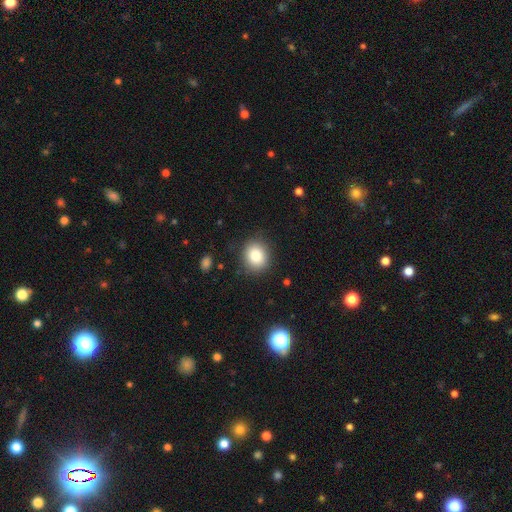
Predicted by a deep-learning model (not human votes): Overall: smooth (83%). How rounded: round (73%). Merging: none (87%).